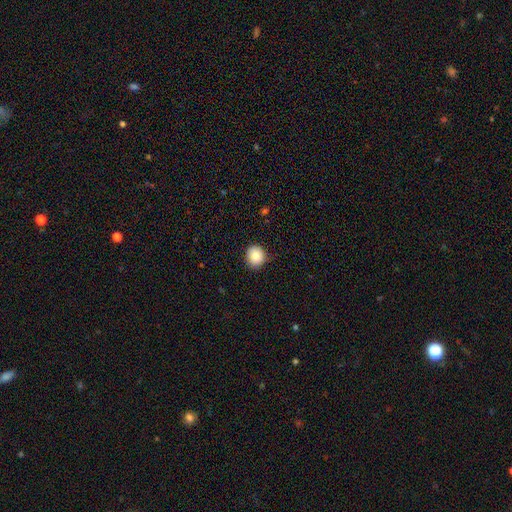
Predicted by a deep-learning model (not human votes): Smooth or featured: smooth — 87% (star or artifact — 8%)
How rounded: round — 82% (in between — 17%)
Merging: none — 86% (minor disturbance — 11%)